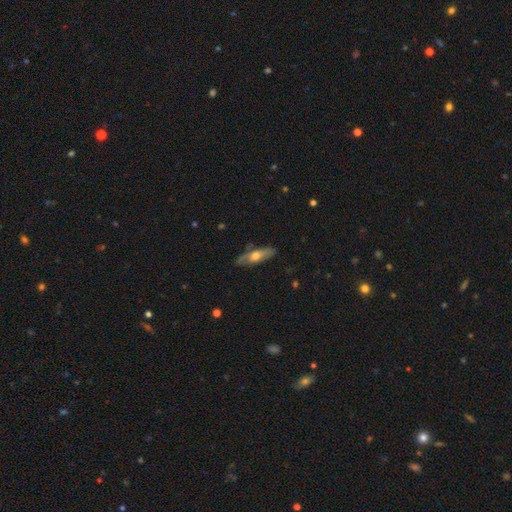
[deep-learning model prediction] smooth-or-featured: featured or disk: 53% | smooth: 41% | star or artifact: 6%
  disk-edge-on: yes: 59% | no: 41%
  merging: none: 76% | minor disturbance: 18% | major disturbance: 4% | merger: 2%